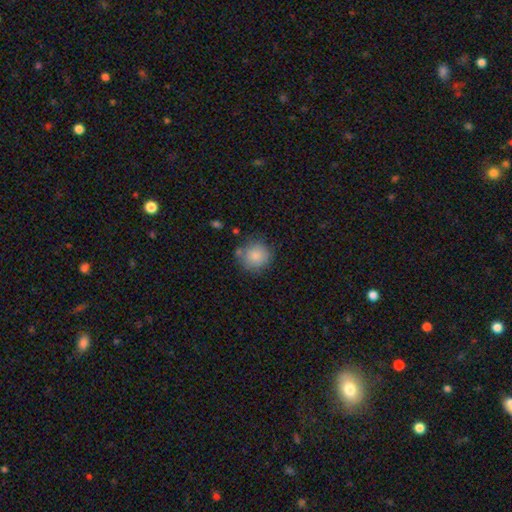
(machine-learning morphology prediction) smooth 85%, star or artifact 8%, featured or disk 7%. Down the decision tree: how rounded — round (90%); merging — none (75%).